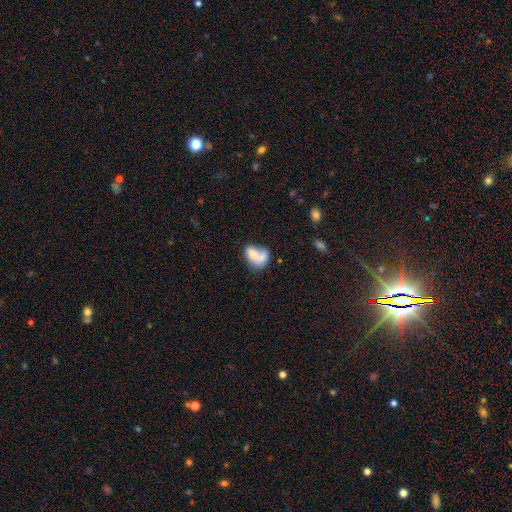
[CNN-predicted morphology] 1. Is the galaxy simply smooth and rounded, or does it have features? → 66% smooth, 25% featured or disk, 8% star or artifact.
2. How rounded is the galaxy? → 74% in between, 24% round, 2% cigar-shaped.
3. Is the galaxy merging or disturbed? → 56% merger, 21% none, 12% minor disturbance, 11% major disturbance.